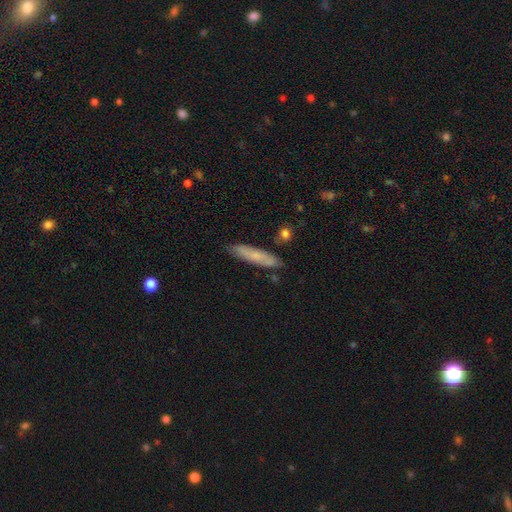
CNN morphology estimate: smooth-or-featured: smooth: 66% | featured or disk: 27% | star or artifact: 7%
  how-rounded: cigar-shaped: 87% | in between: 11% | round: 2%
  merging: none: 84% | minor disturbance: 11% | merger: 2% | major disturbance: 2%